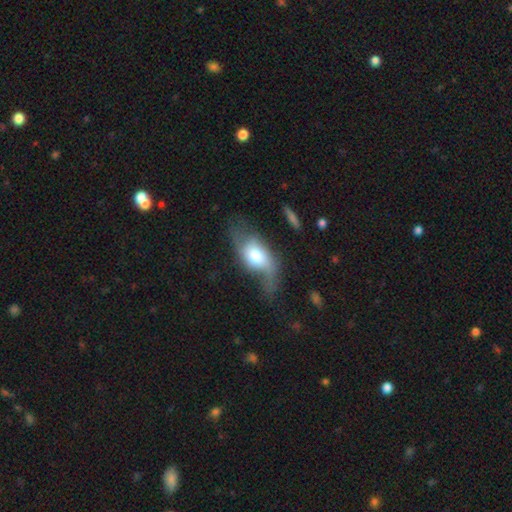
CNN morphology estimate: This appears to be a smooth galaxy with no disk features (47%). Merging: major disturbance (39%).